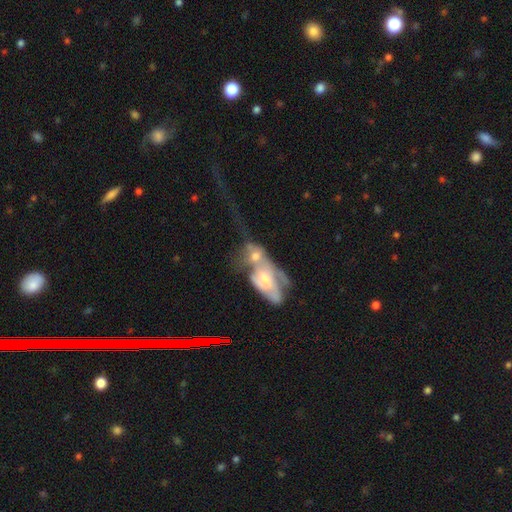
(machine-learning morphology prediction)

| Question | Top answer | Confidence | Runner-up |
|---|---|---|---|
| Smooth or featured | featured or disk | 54% | smooth (37%) |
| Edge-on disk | no | 92% | yes (8%) |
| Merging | merger | 69% | major disturbance (16%) |